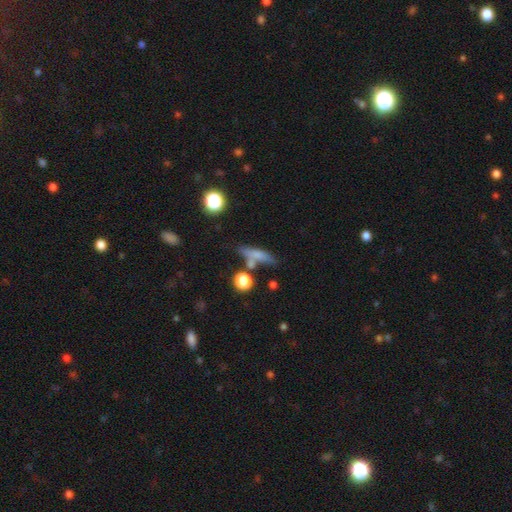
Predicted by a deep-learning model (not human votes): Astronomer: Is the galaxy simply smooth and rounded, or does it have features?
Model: smooth — 66%.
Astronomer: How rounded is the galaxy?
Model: cigar-shaped — 67%.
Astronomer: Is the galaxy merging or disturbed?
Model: none — 60%.